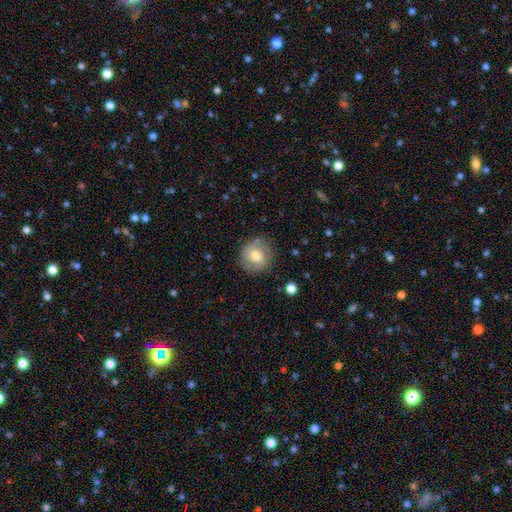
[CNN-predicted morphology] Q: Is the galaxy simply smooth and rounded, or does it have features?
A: smooth — 70%.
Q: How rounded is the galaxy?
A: round — 91%.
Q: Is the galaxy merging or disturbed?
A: none — 82%.